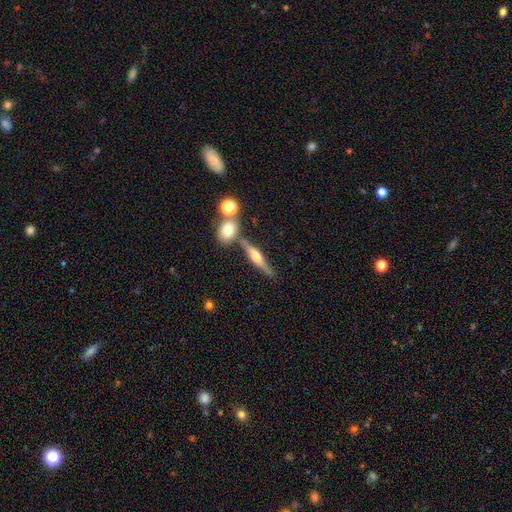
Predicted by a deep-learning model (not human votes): Smooth or featured: featured or disk — 70% (smooth — 21%)
Edge-on disk: yes — 94% (no — 6%)
Edge-on bulge: rounded — 90% (boxy — 7%)
Merging: none — 70% (merger — 14%)